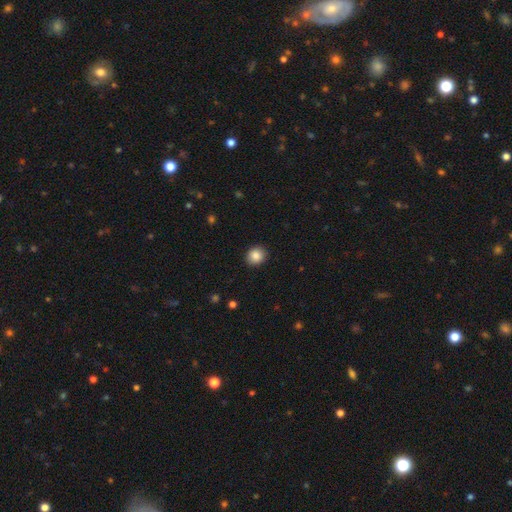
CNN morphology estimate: Smooth or featured?
  - smooth: 87% *
  - star or artifact: 9%
  - featured or disk: 5%
How rounded?
  - round: 77% *
  - in between: 22%
  - cigar-shaped: 1%
Merging?
  - none: 91% *
  - minor disturbance: 6%
  - major disturbance: 2%
  - merger: 1%